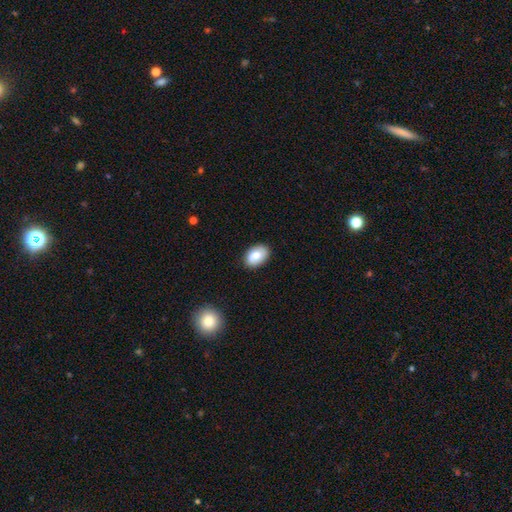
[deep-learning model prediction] Smooth or featured? Predicted: smooth (p=0.80). How rounded? Predicted: in between (p=0.87). Merging? Predicted: none (p=0.86).